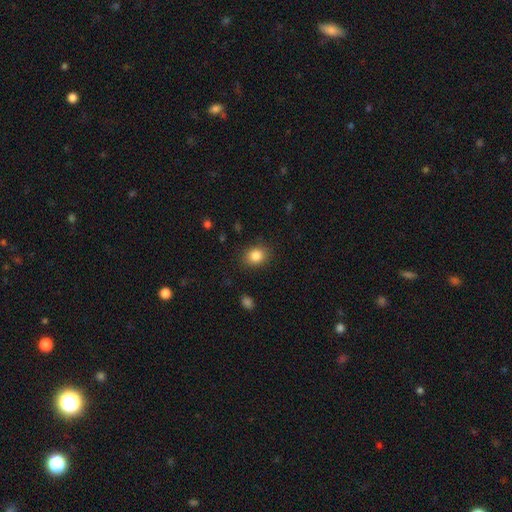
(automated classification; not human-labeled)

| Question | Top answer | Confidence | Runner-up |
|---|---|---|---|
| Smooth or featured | smooth | 85% | star or artifact (10%) |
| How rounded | round | 54% | in between (46%) |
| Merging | none | 86% | minor disturbance (10%) |